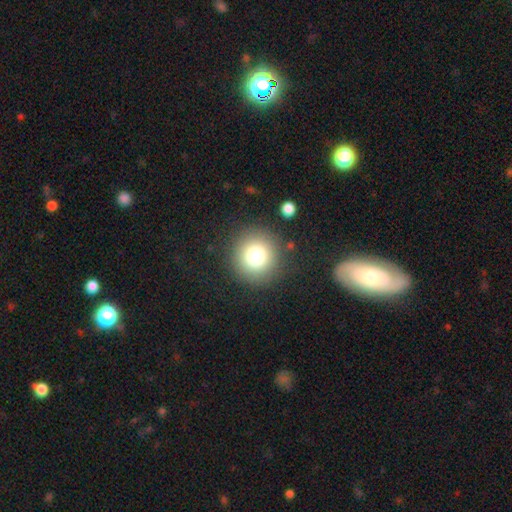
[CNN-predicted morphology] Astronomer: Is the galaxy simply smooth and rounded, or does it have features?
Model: smooth — 78%.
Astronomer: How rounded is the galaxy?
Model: round — 95%.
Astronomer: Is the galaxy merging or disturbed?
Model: none — 87%.